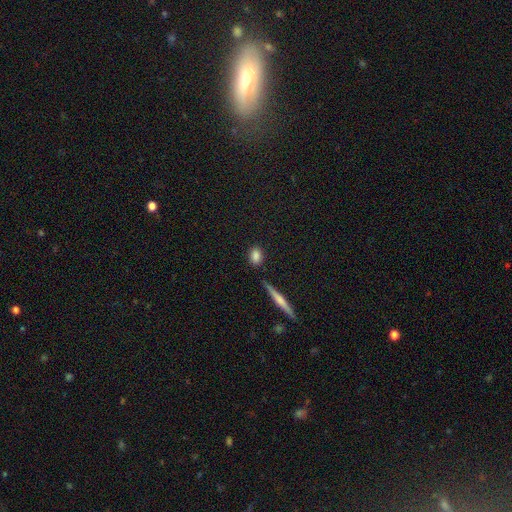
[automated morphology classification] smooth 84%, star or artifact 9%, featured or disk 8%. Down the decision tree: how rounded — in between (71%); merging — none (83%).